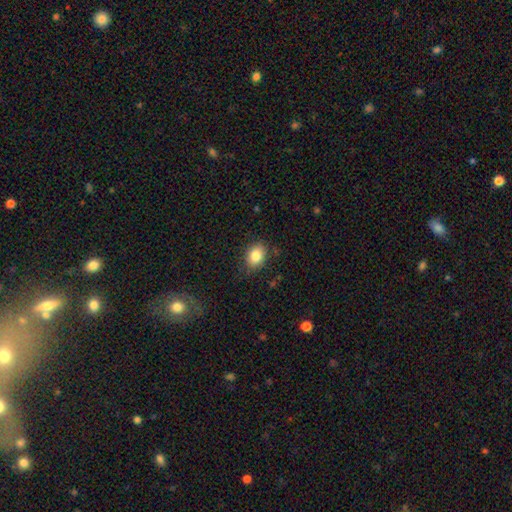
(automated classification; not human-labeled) A smooth galaxy with no disk features (84%) that is in between round and cigar-shaped (65%). Merging: none (80%).